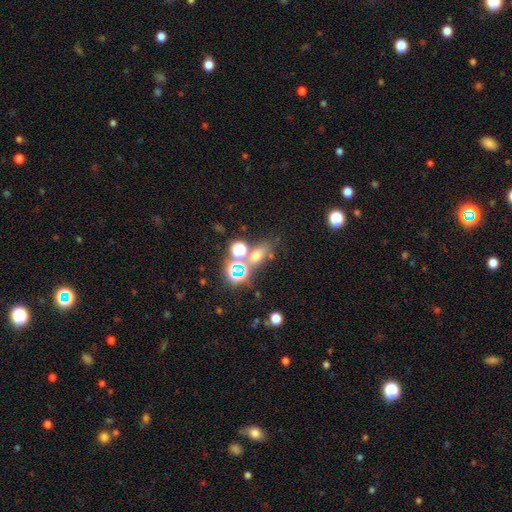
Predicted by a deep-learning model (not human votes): Smooth or featured: smooth — 51% (star or artifact — 36%)
How rounded: in between — 58% (round — 37%)
Merging: none — 58% (merger — 25%)